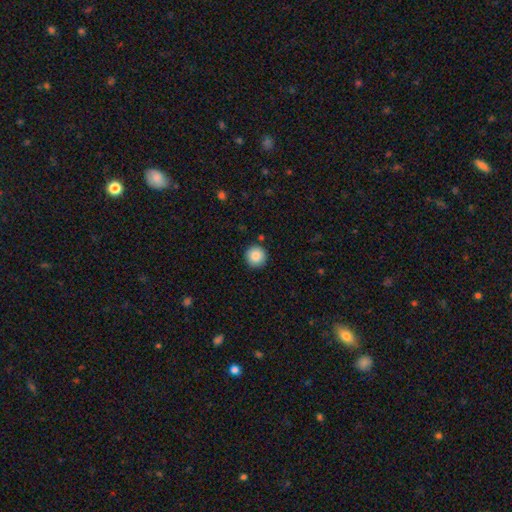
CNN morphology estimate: Smooth or featured? smooth (87%)
How rounded? round (96%)
Merging? none (91%)